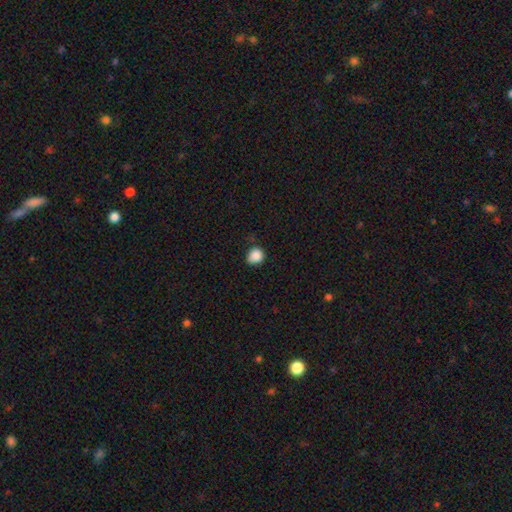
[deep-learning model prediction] smooth 88%, star or artifact 10%, featured or disk 3%. Down the decision tree: how rounded — round (78%); merging — none (76%).